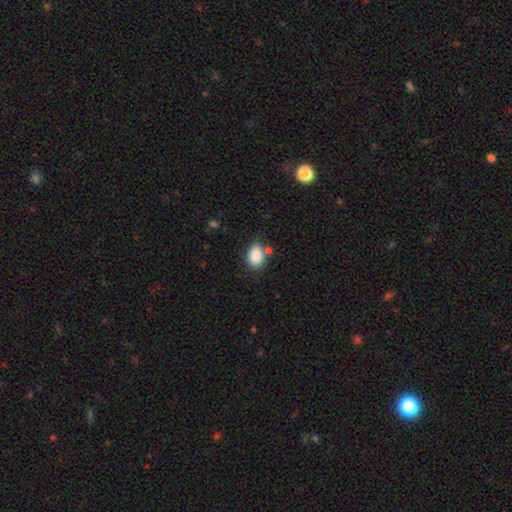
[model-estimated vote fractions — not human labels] This appears to be a smooth galaxy with no disk features (88%) that is in between round and cigar-shaped (82%). Merging: none (73%).